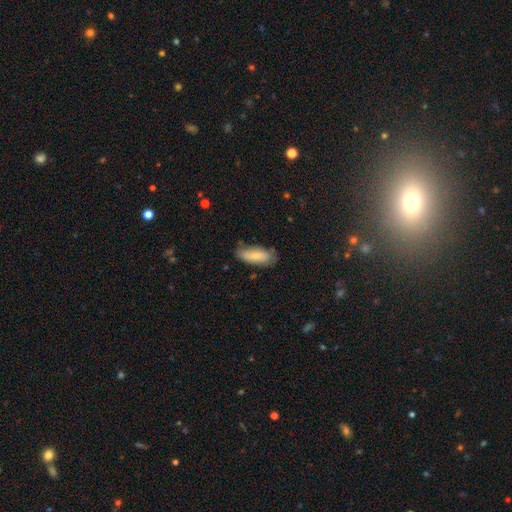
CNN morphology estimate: Overall: smooth (74%). How rounded: in between (75%). Merging: none (72%).